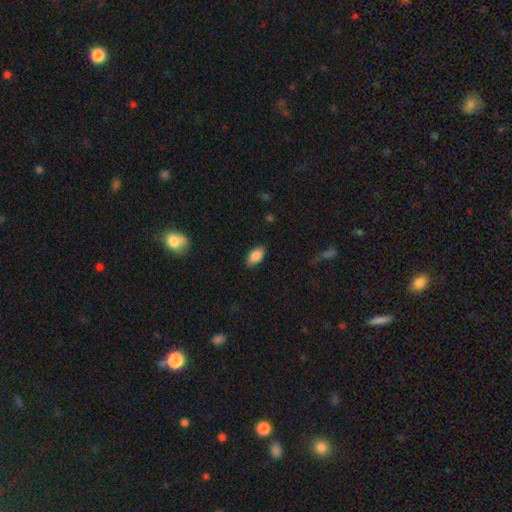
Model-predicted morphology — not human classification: smooth-or-featured: smooth: 87% | star or artifact: 7% | featured or disk: 6%
  how-rounded: in between: 93% | round: 4% | cigar-shaped: 3%
  merging: none: 86% | minor disturbance: 11% | major disturbance: 3% | merger: 1%